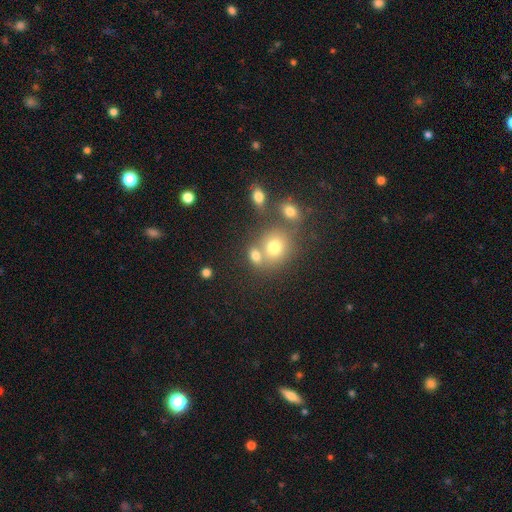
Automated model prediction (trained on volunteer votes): Smooth or featured? smooth (73%)
How rounded? round (60%)
Merging? none (48%)